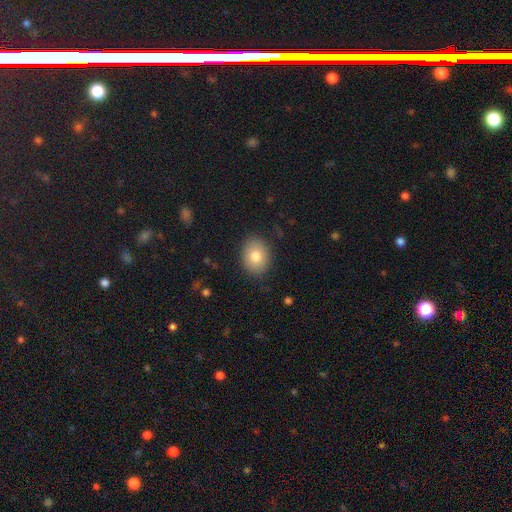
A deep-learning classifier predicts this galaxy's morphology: Smooth or featured: smooth — 81% (featured or disk — 11%)
How rounded: in between — 56% (round — 43%)
Merging: none — 86% (minor disturbance — 10%)